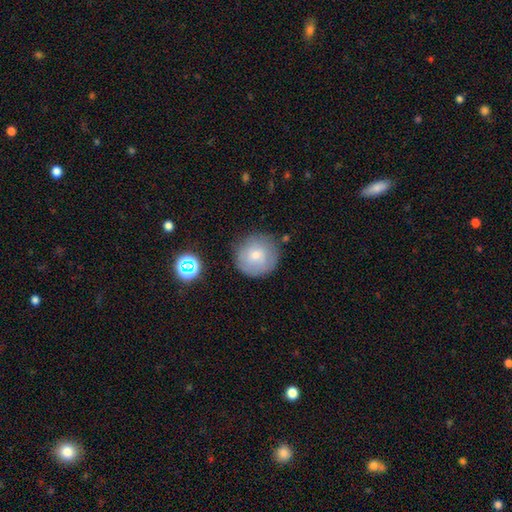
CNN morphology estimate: Q: Smooth or featured?
A: smooth (70%); runner-up: featured or disk (21%)
Q: How rounded?
A: round (94%); runner-up: in between (5%)
Q: Merging?
A: none (79%); runner-up: minor disturbance (14%)